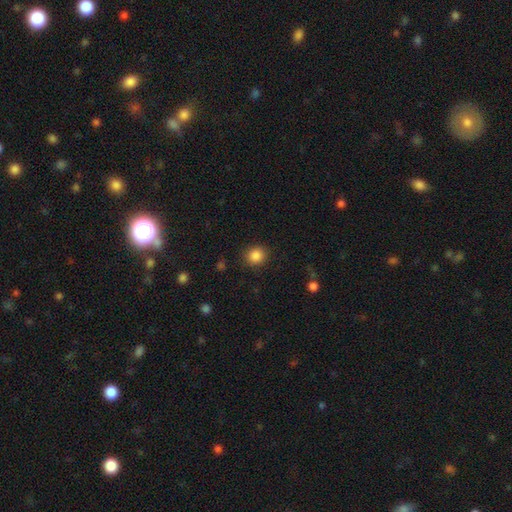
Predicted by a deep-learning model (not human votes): Overall: smooth (86%). How rounded: round (84%). Merging: none (88%).